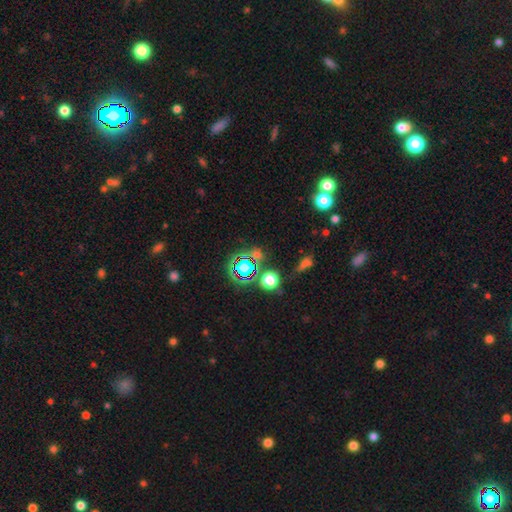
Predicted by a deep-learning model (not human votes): Morphology: type=star or artifact (64%).